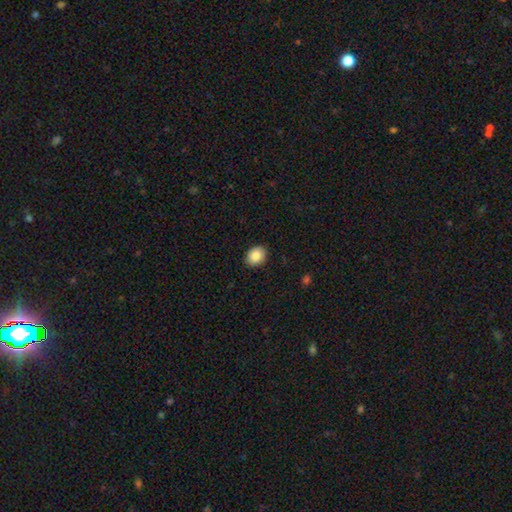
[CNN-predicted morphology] This appears to be a smooth galaxy with no disk features (86%) that is in between round and cigar-shaped (51%). Merging: none (90%).